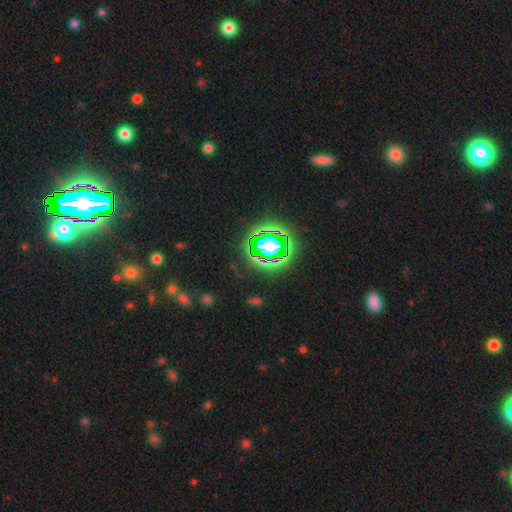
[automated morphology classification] A star or artifact, not a galaxy (74%).

Vote fractions:
- Smooth or featured? star or artifact: 74% / smooth: 15% / featured or disk: 10%